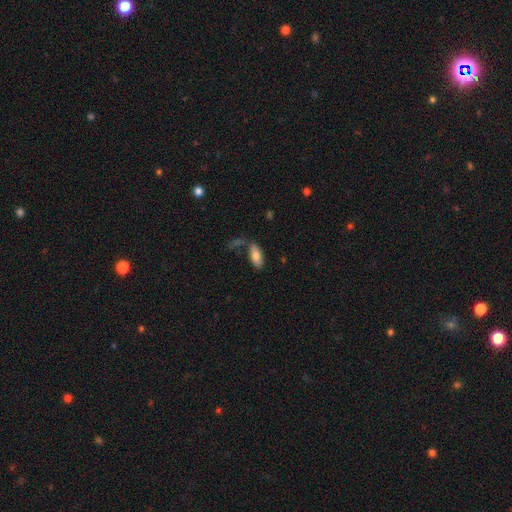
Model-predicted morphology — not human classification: A smooth galaxy with no disk features (79%) that is in between round and cigar-shaped (85%).

Vote fractions:
- Smooth or featured? smooth: 79% / featured or disk: 14% / star or artifact: 7%
- How rounded? in between: 85% / cigar-shaped: 13% / round: 2%
- Merging? none: 65% / minor disturbance: 16% / merger: 12% / major disturbance: 6%